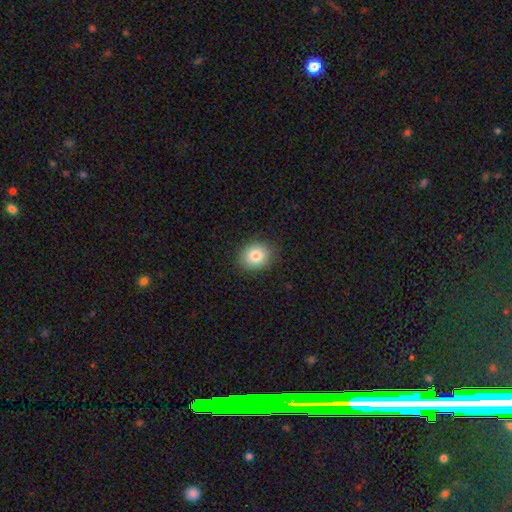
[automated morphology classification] smooth 83%, star or artifact 10%, featured or disk 8%. Down the decision tree: how rounded — round (63%); merging — none (89%).